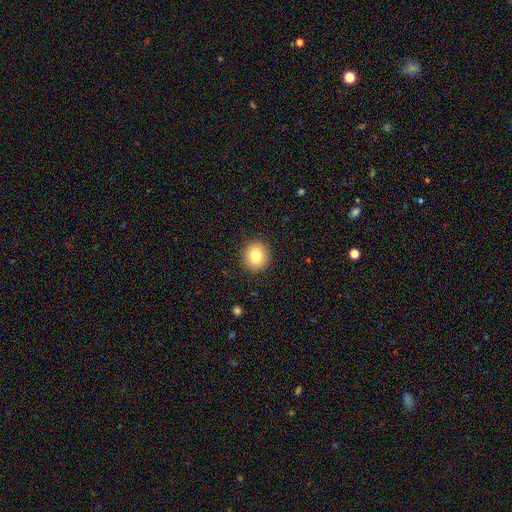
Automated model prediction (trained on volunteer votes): A smooth galaxy with no disk features (80%) that is round (88%).

Vote fractions:
- Smooth or featured? smooth: 80% / star or artifact: 10% / featured or disk: 9%
- How rounded? round: 88% / in between: 11% / cigar-shaped: 1%
- Merging? none: 91% / minor disturbance: 6% / major disturbance: 2% / merger: 1%